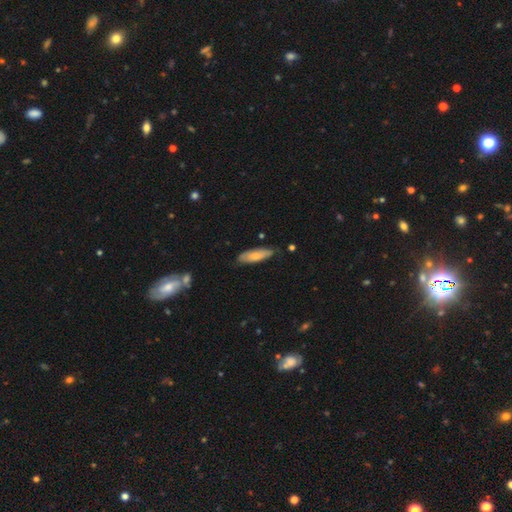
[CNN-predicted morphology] Q: Smooth or featured?
A: smooth (71%); runner-up: featured or disk (23%)
Q: How rounded?
A: in between (49%); tied with: cigar-shaped (49%)
Q: Merging?
A: none (73%); runner-up: minor disturbance (23%)